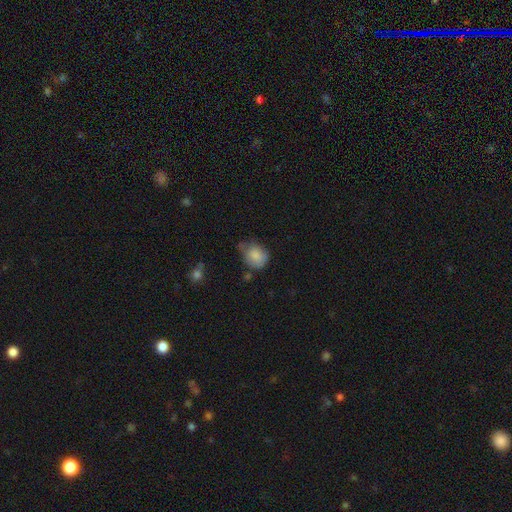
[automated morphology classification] Smooth or featured? Predicted: smooth (p=0.81). How rounded? Predicted: round (p=0.61). Merging? Predicted: none (p=0.48).